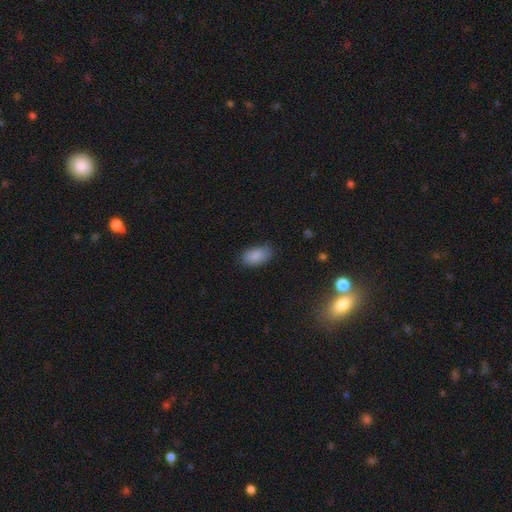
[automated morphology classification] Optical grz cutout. It shows a smooth galaxy with no disk features (87%) that is in between round and cigar-shaped (93%). Merging: none (80%).